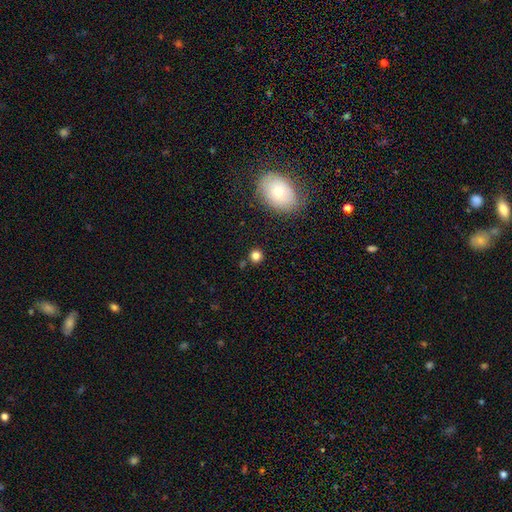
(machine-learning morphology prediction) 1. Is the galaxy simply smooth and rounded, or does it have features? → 80% smooth, 14% star or artifact, 6% featured or disk.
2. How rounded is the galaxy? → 89% round, 10% in between, 1% cigar-shaped.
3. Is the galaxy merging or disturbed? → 84% none, 8% minor disturbance, 5% merger, 3% major disturbance.